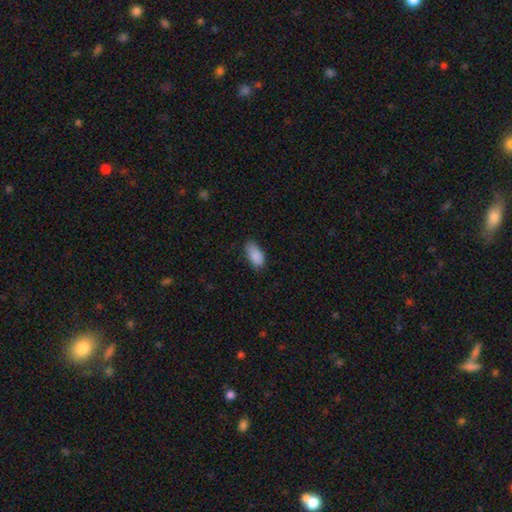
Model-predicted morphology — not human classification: smooth-or-featured: smooth: 88% | star or artifact: 7% | featured or disk: 4%
  how-rounded: in between: 93% | cigar-shaped: 4% | round: 3%
  merging: none: 72% | minor disturbance: 23% | major disturbance: 4% | merger: 1%